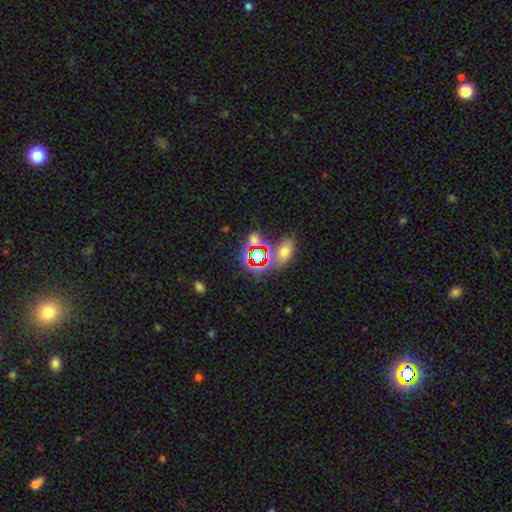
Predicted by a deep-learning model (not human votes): Smooth or featured?
  - star or artifact: 59% *
  - smooth: 28%
  - featured or disk: 12%